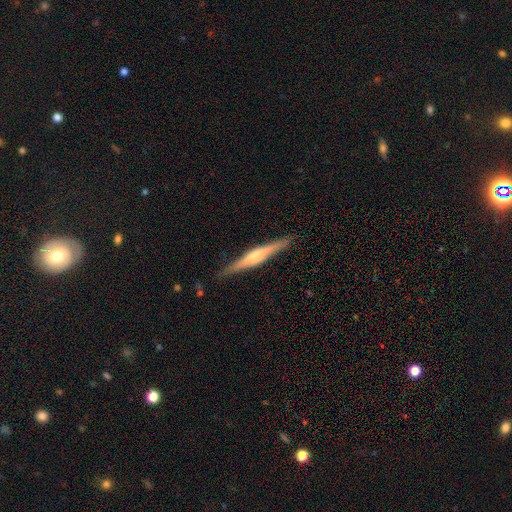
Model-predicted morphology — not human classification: smooth_or_featured: featured or disk (p=0.75) [alt: smooth p=0.19]
disk_edge_on: yes (p=0.98) [alt: no p=0.02]
edge_on_bulge: rounded (p=0.78) [alt: boxy p=0.13]
merging: none (p=0.89) [alt: minor disturbance p=0.08]